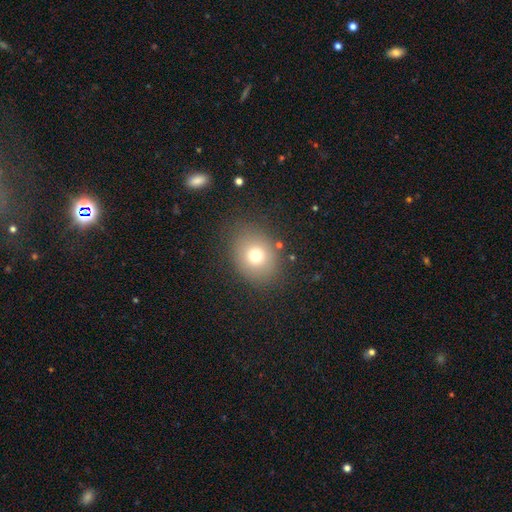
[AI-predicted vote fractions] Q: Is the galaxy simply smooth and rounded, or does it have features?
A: smooth — 72%.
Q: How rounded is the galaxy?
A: round — 58%.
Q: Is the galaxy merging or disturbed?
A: none — 81%.